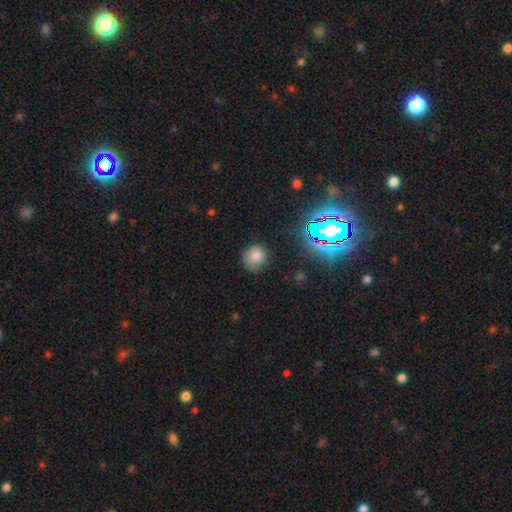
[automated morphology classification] type=smooth (77%); roundness=round (88%); merging=none (80%).